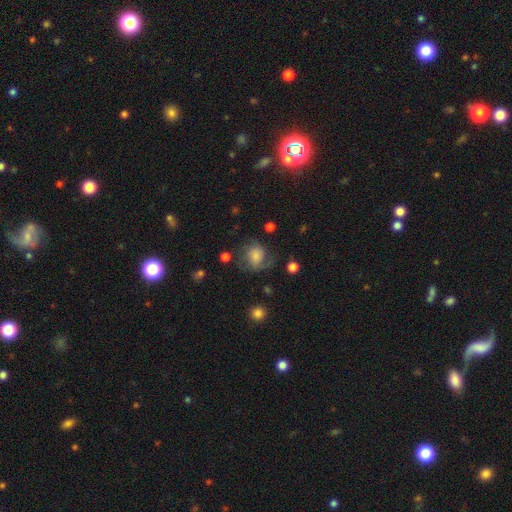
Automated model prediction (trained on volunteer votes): Smooth or featured: smooth — 53% (featured or disk — 37%)
How rounded: round — 69% (in between — 30%)
Merging: none — 51% (minor disturbance — 24%)